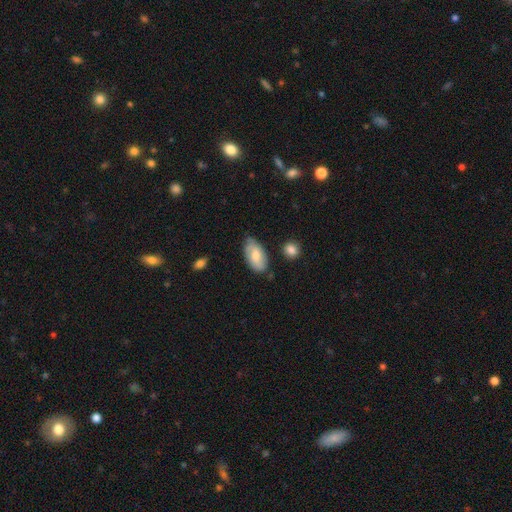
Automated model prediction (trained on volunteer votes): Q: Smooth or featured?
A: smooth (62%); runner-up: featured or disk (31%)
Q: How rounded?
A: in between (93%); runner-up: round (4%)
Q: Merging?
A: none (69%); runner-up: minor disturbance (23%)